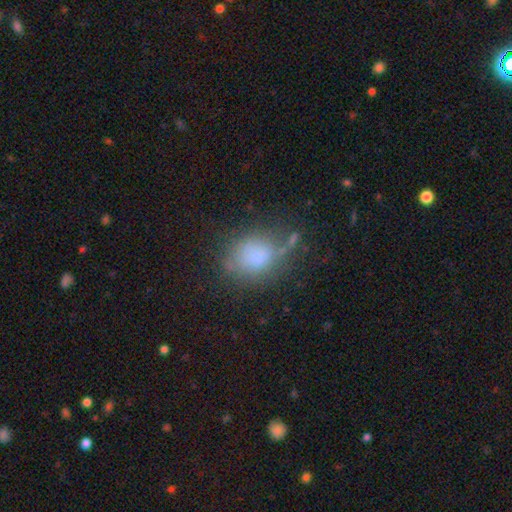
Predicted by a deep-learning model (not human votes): This appears to be a smooth galaxy with no disk features (72%) that is in between round and cigar-shaped (54%). Merging: none (46%).